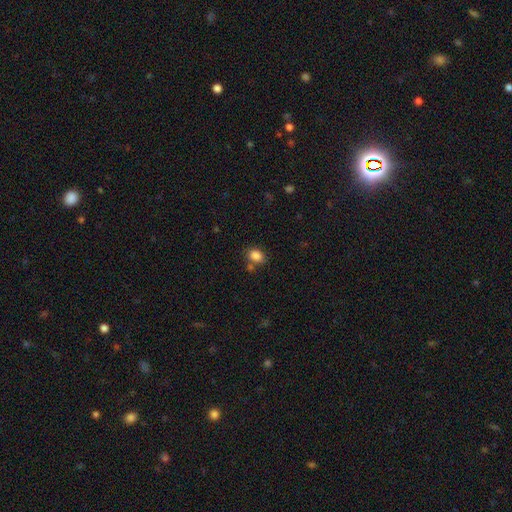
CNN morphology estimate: smooth_or_featured: smooth (p=0.85) [alt: star or artifact p=0.10]
how_rounded: in between (p=0.68) [alt: round p=0.31]
merging: none (p=0.69) [alt: merger p=0.14]